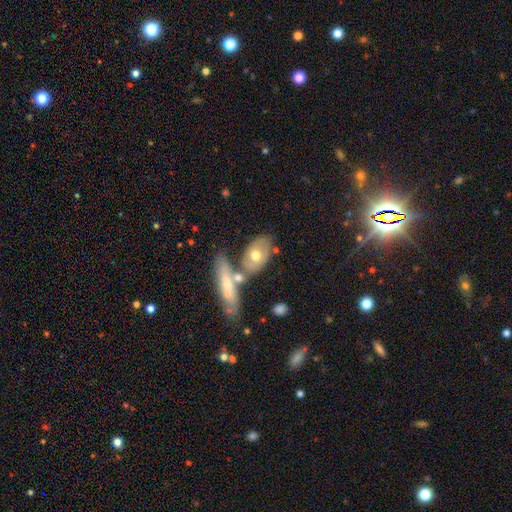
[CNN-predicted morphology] The model was most divided on "smooth or featured": smooth: 56%, featured or disk: 38%, star or artifact: 6%. More confident: how rounded — in between (85%); merging — none (51%).